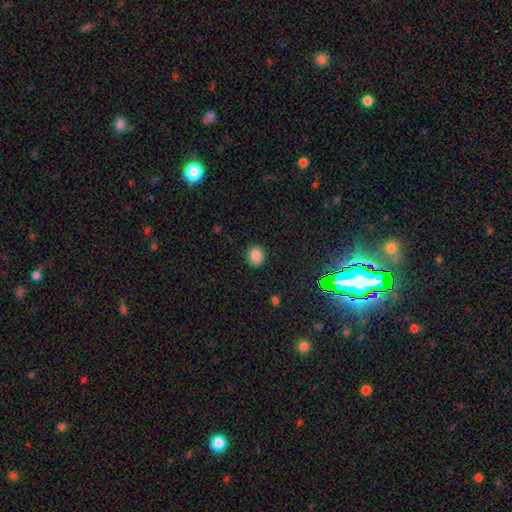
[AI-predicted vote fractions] smooth-or-featured: smooth: 86% | star or artifact: 10% | featured or disk: 4%
  how-rounded: round: 62% | in between: 37% | cigar-shaped: 1%
  merging: none: 88% | minor disturbance: 8% | major disturbance: 2% | merger: 1%